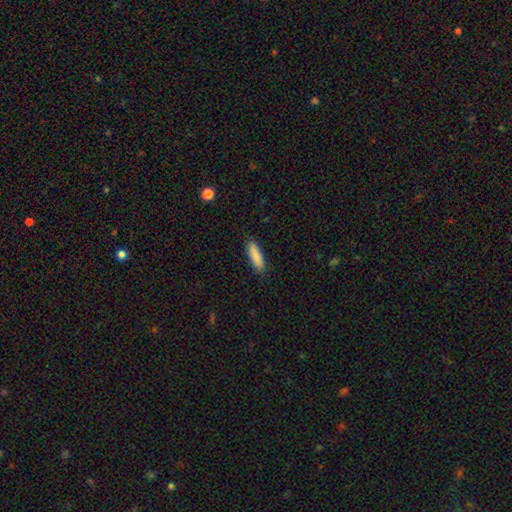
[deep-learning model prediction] A smooth galaxy with no disk features (88%) that is cigar-shaped (60%). Merging: none (88%).